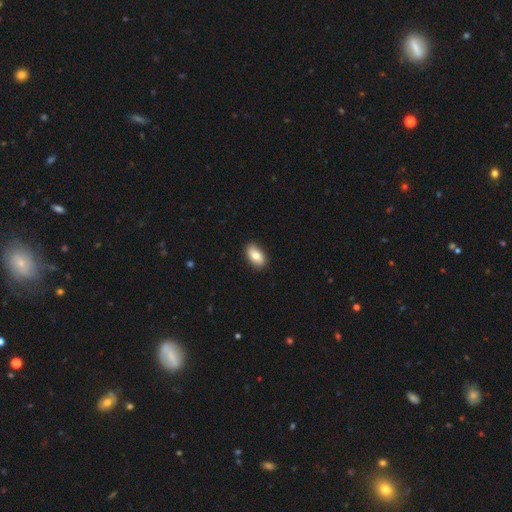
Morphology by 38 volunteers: Q: Smooth or featured?
A: smooth (82%); runner-up: featured or disk (13%)
Q: How rounded?
A: in between (94%); runner-up: cigar-shaped (6%)
Q: Merging?
A: none (94%); runner-up: minor disturbance (3%)